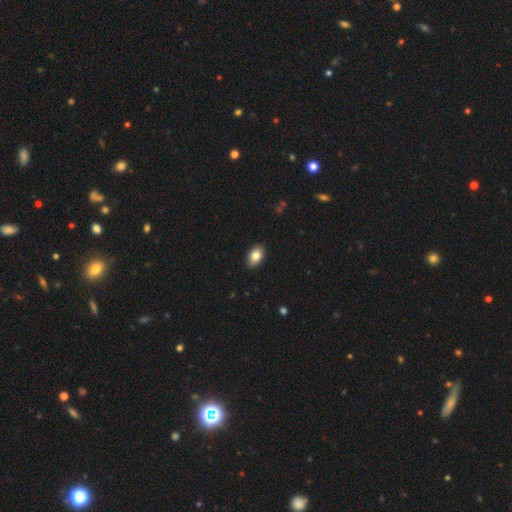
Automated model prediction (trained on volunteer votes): Morphology: type=smooth (83%); roundness=in between (90%); merging=none (90%).